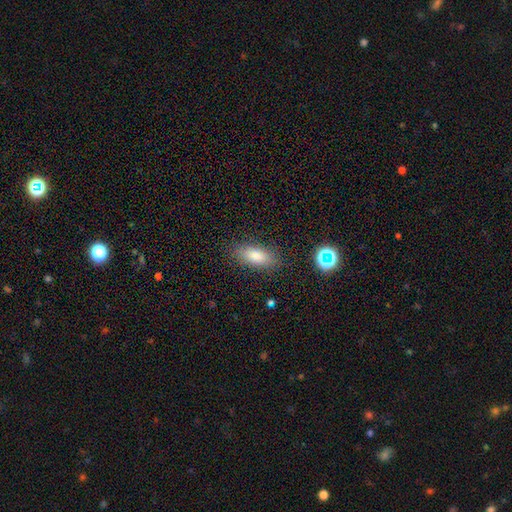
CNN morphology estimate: smooth-or-featured: smooth: 79% | featured or disk: 11% | star or artifact: 10%
  how-rounded: in between: 78% | cigar-shaped: 17% | round: 4%
  merging: none: 86% | minor disturbance: 10% | major disturbance: 3% | merger: 2%